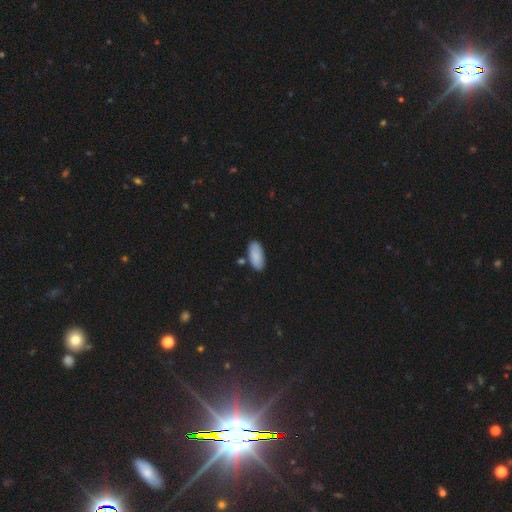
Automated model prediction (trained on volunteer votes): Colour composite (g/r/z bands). It shows a smooth galaxy with no disk features (85%) that is in between round and cigar-shaped (90%). Merging: none (77%).